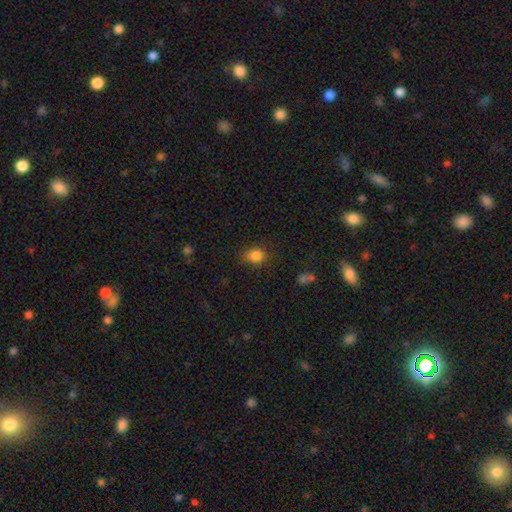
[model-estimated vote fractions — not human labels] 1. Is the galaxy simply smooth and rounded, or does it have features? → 84% smooth, 12% star or artifact, 4% featured or disk.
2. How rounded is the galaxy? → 61% round, 38% in between, 1% cigar-shaped.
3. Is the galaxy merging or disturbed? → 78% none, 16% minor disturbance, 4% major disturbance, 2% merger.